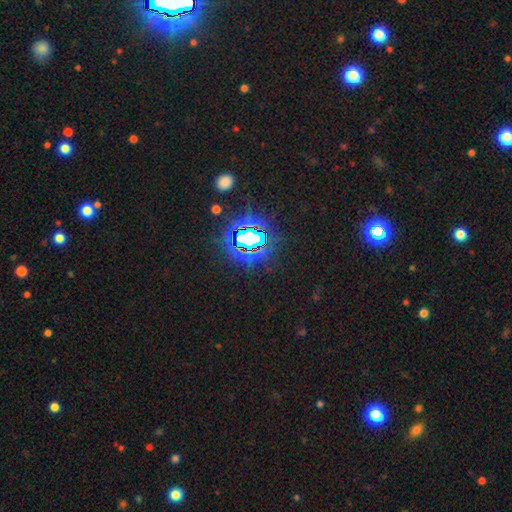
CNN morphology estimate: Overall: star or artifact (84%).